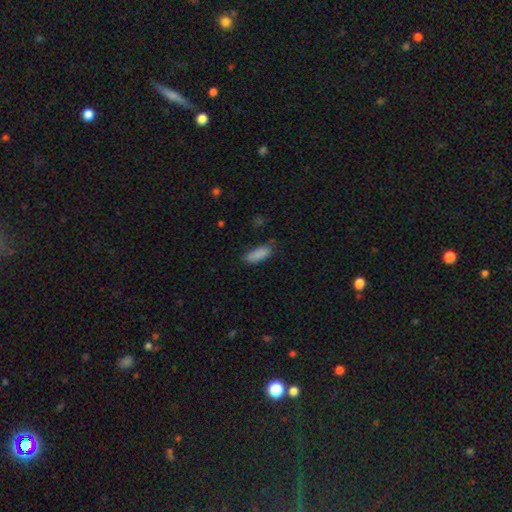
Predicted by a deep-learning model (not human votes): smooth-or-featured: smooth: 87% | star or artifact: 8% | featured or disk: 5%
  how-rounded: in between: 65% | cigar-shaped: 33% | round: 2%
  merging: none: 74% | minor disturbance: 20% | major disturbance: 4% | merger: 2%